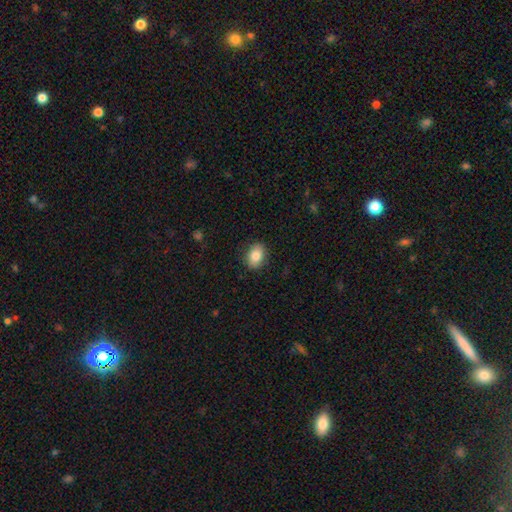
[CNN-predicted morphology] Overall: smooth (85%). How rounded: in between (70%). Merging: none (88%).